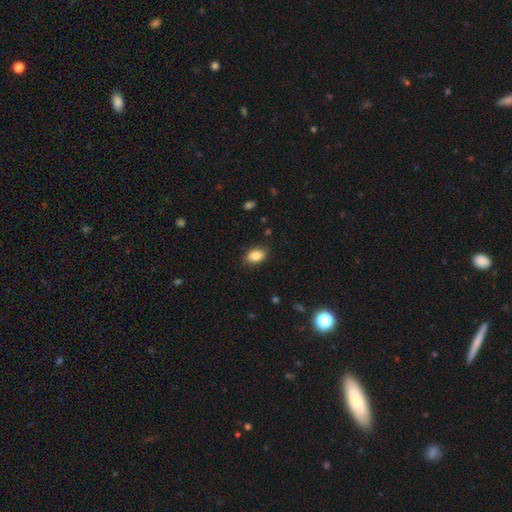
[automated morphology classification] smooth-or-featured: smooth: 85% | star or artifact: 8% | featured or disk: 7%
  how-rounded: in between: 85% | round: 13% | cigar-shaped: 1%
  merging: none: 85% | minor disturbance: 12% | major disturbance: 2% | merger: 1%